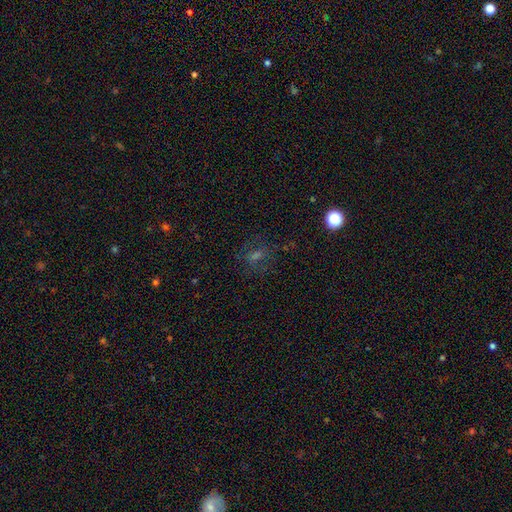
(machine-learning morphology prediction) Overall: smooth (43%; star or artifact 35%). Merging: none (73%).